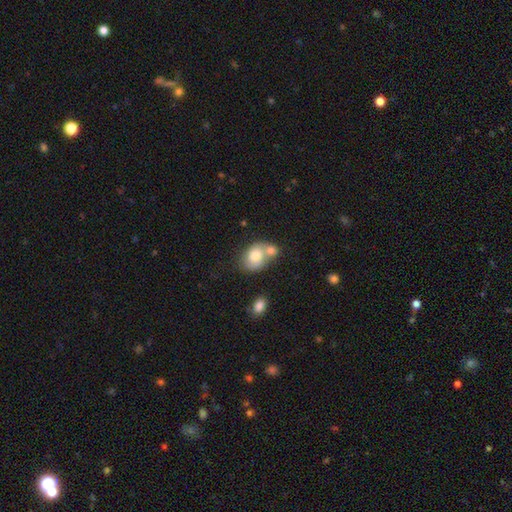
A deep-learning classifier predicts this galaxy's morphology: smooth-or-featured: smooth: 64% | featured or disk: 28% | star or artifact: 7%
  how-rounded: in between: 56% | round: 43% | cigar-shaped: 1%
  merging: merger: 54% | none: 29% | minor disturbance: 12% | major disturbance: 5%